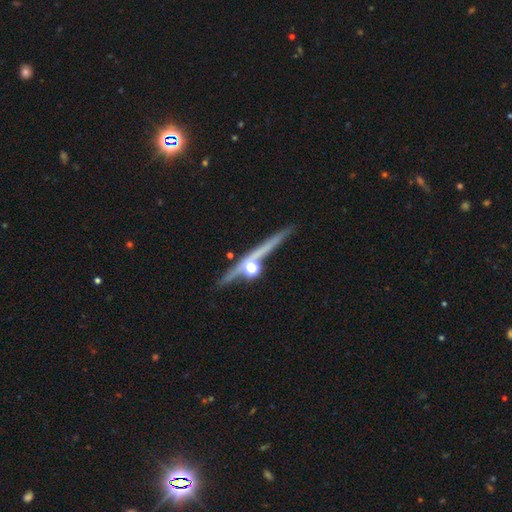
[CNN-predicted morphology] featured or disk 74%, smooth 14%, star or artifact 12%. Down the decision tree: edge-on disk — yes (95%); edge-on bulge — rounded (79%); merging — none (80%).